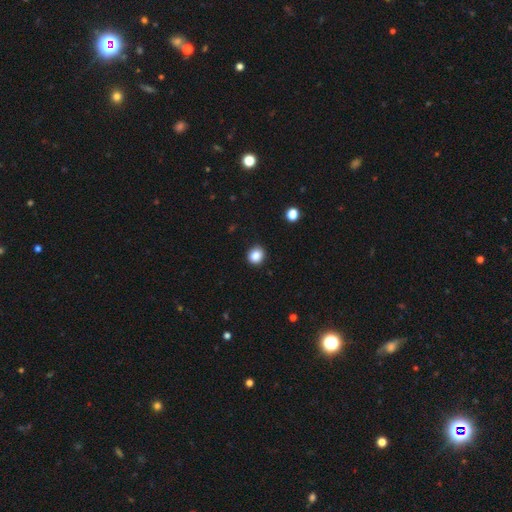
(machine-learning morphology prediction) Overall: smooth (86%). How rounded: round (82%). Merging: none (89%).